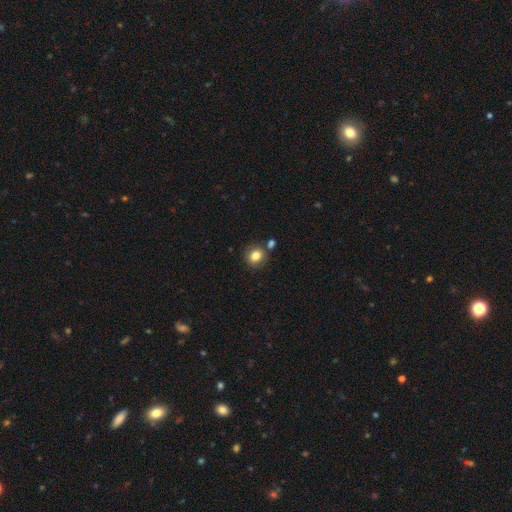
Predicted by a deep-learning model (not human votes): Smooth or featured? smooth (82%)
How rounded? round (76%)
Merging? none (75%)